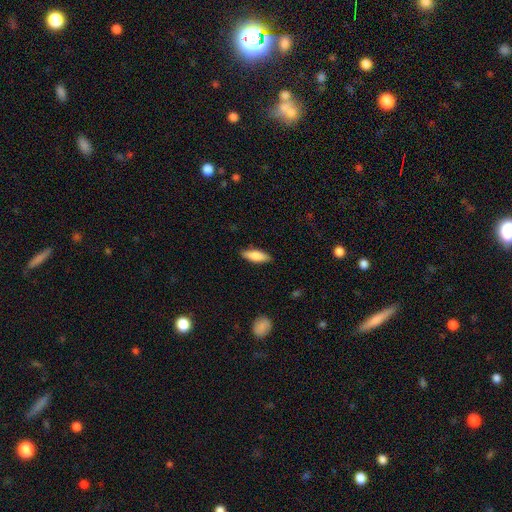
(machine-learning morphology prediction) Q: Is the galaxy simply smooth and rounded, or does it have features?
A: smooth — 78%.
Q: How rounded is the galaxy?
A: in between — 55%.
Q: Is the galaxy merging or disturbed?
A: none — 87%.